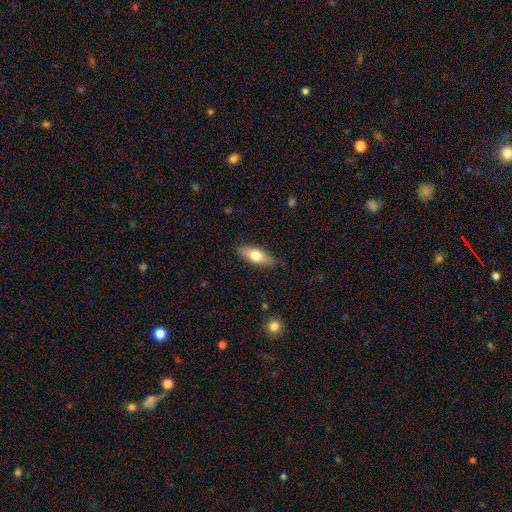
Smooth or featured? 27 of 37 (73%) said smooth. How rounded? 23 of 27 (85%) said in between. Merging? 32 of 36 (89%) said none.